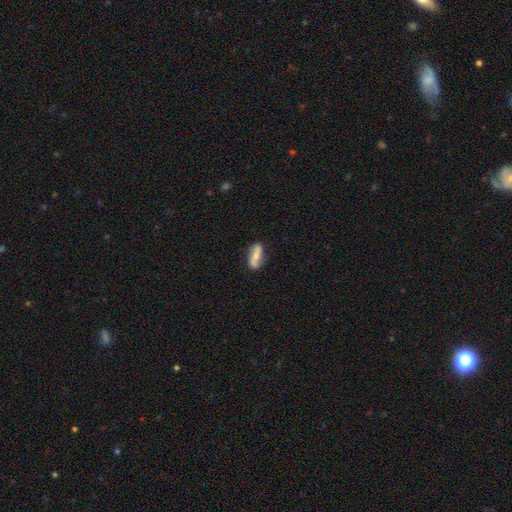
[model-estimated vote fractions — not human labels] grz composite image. It shows a featured or disk galaxy (48%). Merging: none (79%).